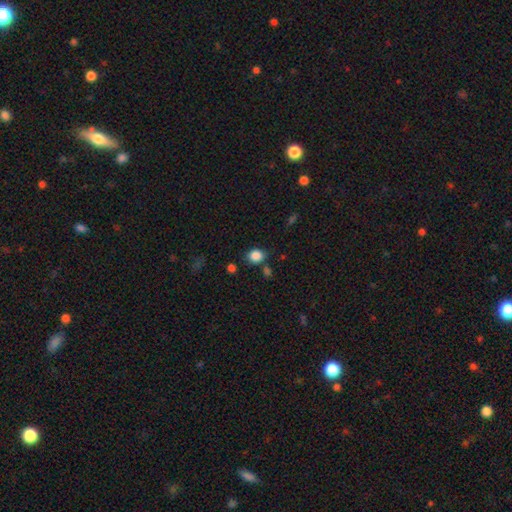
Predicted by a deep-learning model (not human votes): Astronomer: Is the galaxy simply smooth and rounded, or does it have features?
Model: smooth — 86%.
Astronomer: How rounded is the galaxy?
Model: round — 60% (runner-up: in between, 39%).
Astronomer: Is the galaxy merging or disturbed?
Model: none — 76%.